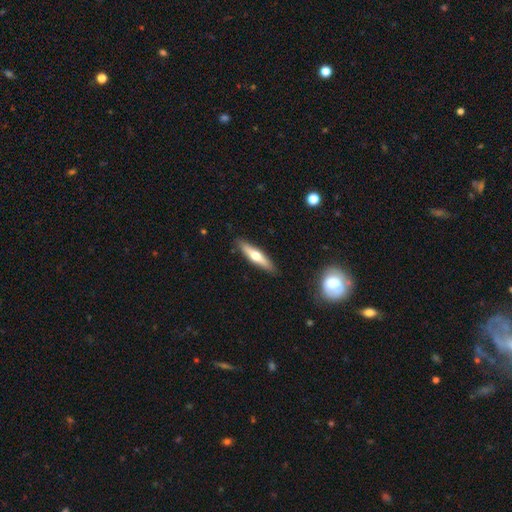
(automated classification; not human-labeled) This appears to be a smooth galaxy with no disk features (48%). Merging: none (89%).